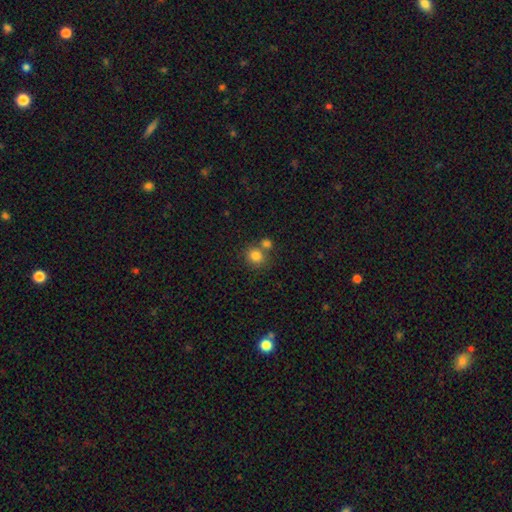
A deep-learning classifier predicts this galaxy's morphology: Smooth or featured? Predicted: smooth (p=0.82). How rounded? Predicted: round (p=0.84). Merging? Predicted: none (p=0.60).